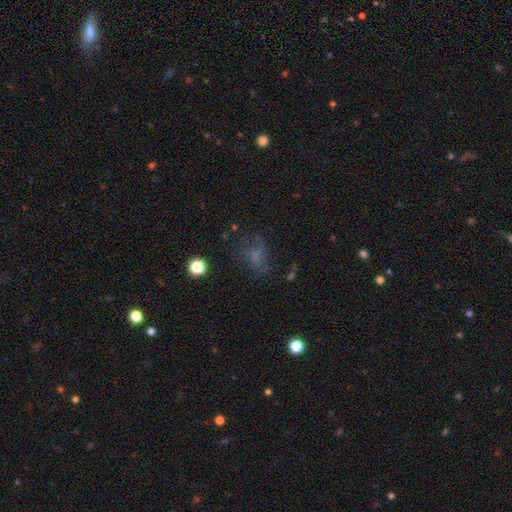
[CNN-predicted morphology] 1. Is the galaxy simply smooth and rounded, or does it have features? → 38% smooth, 37% featured or disk, 25% star or artifact.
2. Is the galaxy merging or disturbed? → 51% none, 26% major disturbance, 20% minor disturbance, 3% merger.